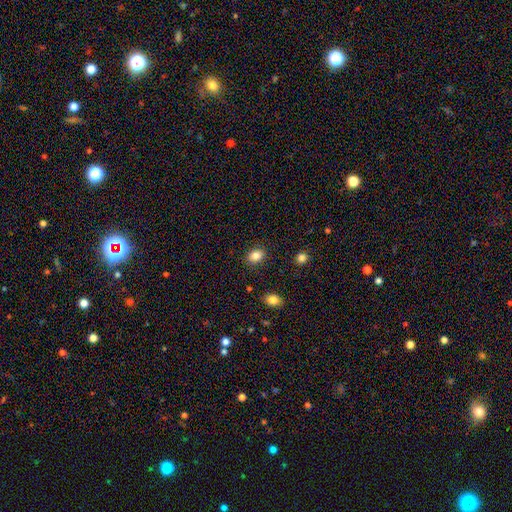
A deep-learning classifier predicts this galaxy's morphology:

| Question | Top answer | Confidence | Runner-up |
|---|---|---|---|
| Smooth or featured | smooth | 85% | star or artifact (9%) |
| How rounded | in between | 65% | round (34%) |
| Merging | none | 87% | minor disturbance (9%) |